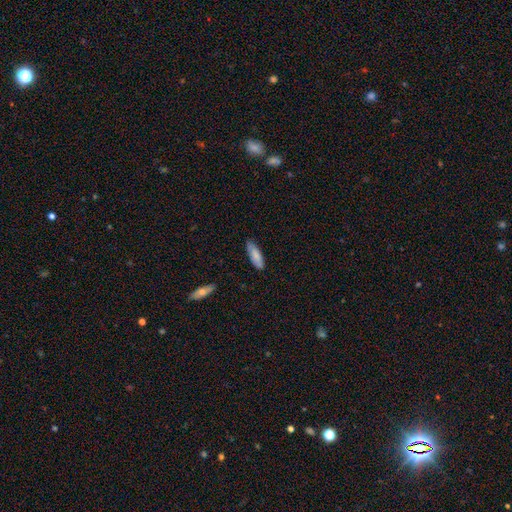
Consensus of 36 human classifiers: smooth_or_featured: smooth (p=0.75) [alt: featured or disk p=0.19]
how_rounded: cigar-shaped (p=0.56) [alt: in between p=0.44]
merging: none (p=0.85) [alt: minor disturbance p=0.09]